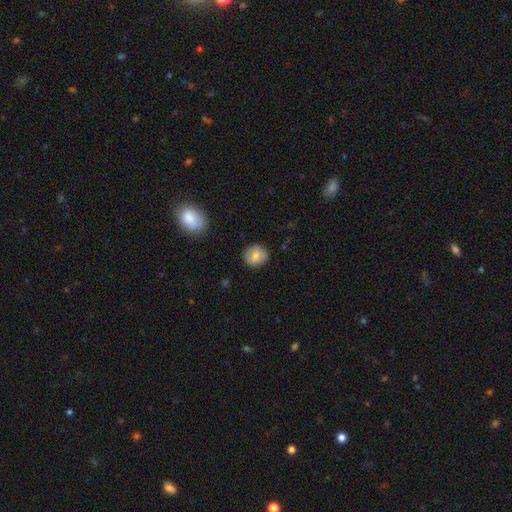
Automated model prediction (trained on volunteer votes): The model was most divided on "how rounded": round: 80%, in between: 19%, cigar-shaped: 1%. More confident: merging — none (87%); smooth or featured — smooth (78%).